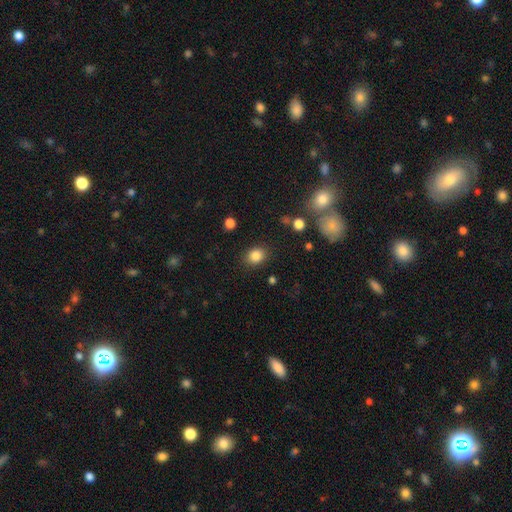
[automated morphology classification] A smooth galaxy with no disk features (84%) that is round (50%).

Vote fractions:
- Smooth or featured? smooth: 84% / star or artifact: 11% / featured or disk: 5%
- How rounded? round: 50% / in between: 49% / cigar-shaped: 1%
- Merging? none: 84% / minor disturbance: 10% / major disturbance: 3% / merger: 2%